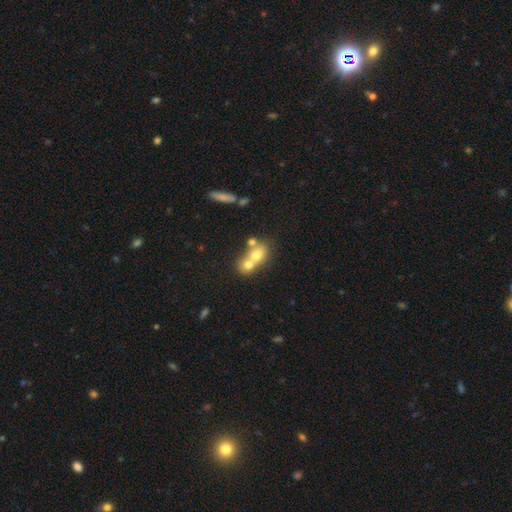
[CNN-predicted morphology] Smooth or featured: smooth — 64% (featured or disk — 24%)
How rounded: in between — 54% (round — 43%)
Merging: merger — 66% (none — 24%)